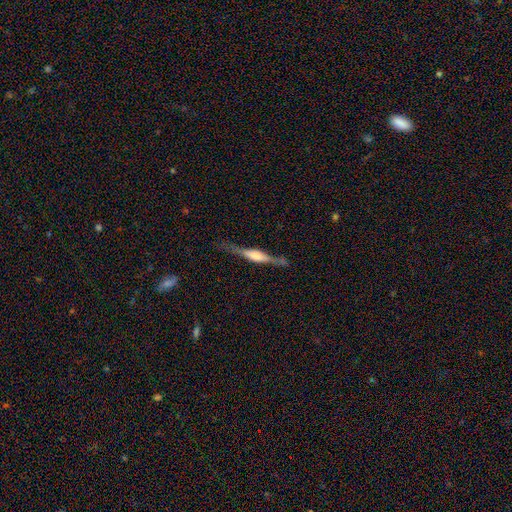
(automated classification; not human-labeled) Morphology: type=featured or disk (73%); edge-on=yes (97%); edge-on bulge=rounded (54%); merging=none (79%).